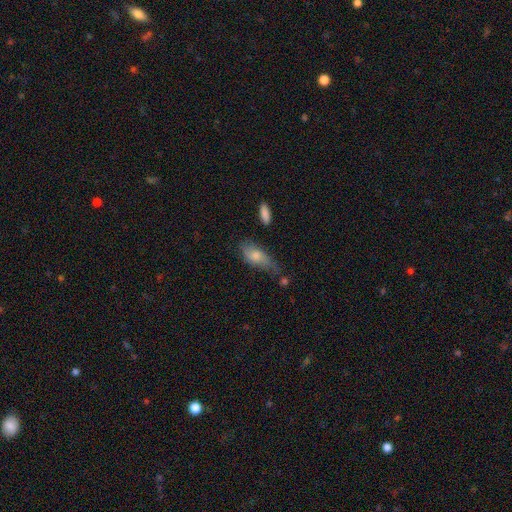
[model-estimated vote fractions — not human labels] smooth_or_featured: smooth (p=0.71) [alt: featured or disk p=0.22]
how_rounded: in between (p=0.82) [alt: cigar-shaped p=0.14]
merging: none (p=0.45) [alt: minor disturbance p=0.35]